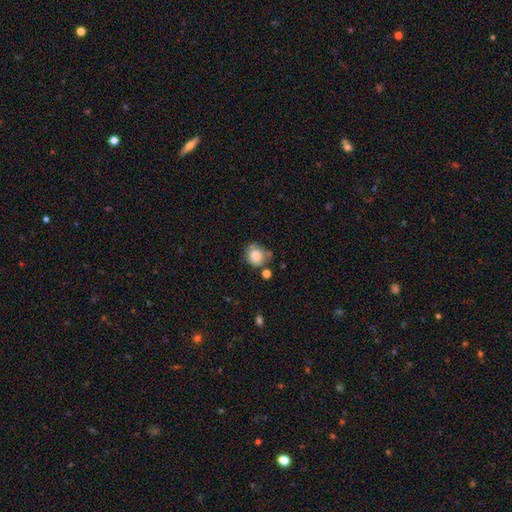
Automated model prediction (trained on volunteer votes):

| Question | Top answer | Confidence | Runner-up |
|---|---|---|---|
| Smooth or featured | smooth | 82% | star or artifact (9%) |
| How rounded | round | 79% | in between (20%) |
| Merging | none | 56% | minor disturbance (24%) |